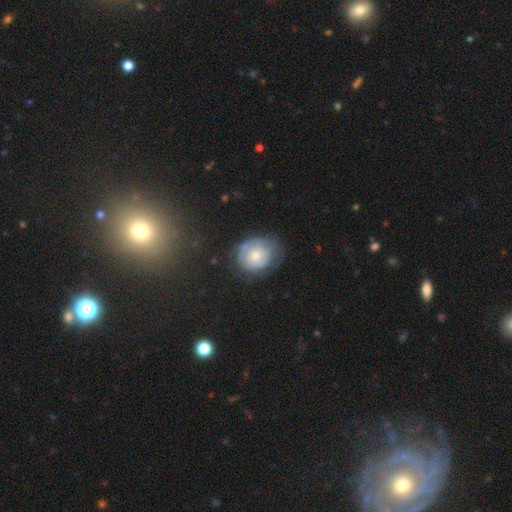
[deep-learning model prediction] Smooth or featured? featured or disk (46%, tied with smooth)
Merging? none (55%)